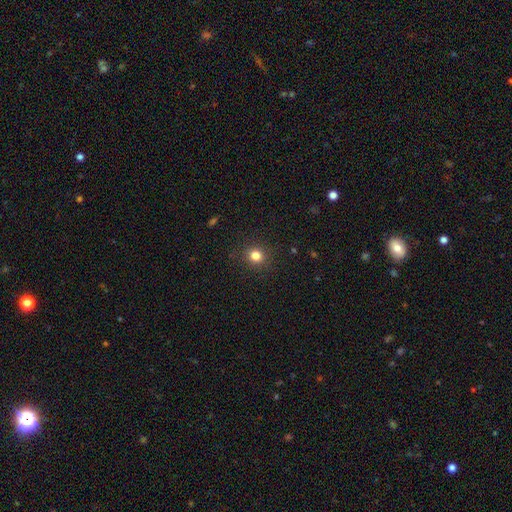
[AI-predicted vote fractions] Morphology: type=smooth (81%); roundness=round (89%); merging=none (90%).